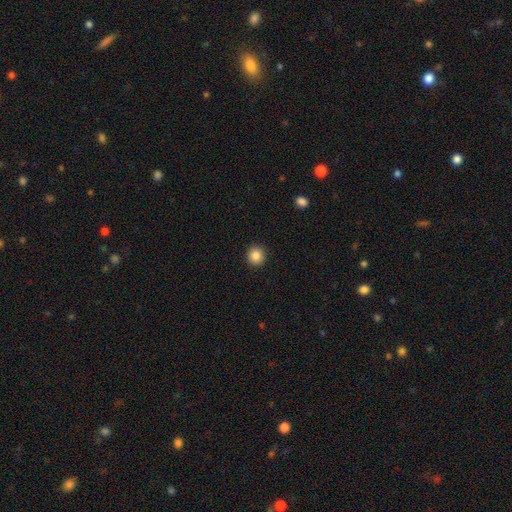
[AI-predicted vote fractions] This is clearly a smooth galaxy (86%). How rounded: clearly round (93%). Merging: clearly none (92%).